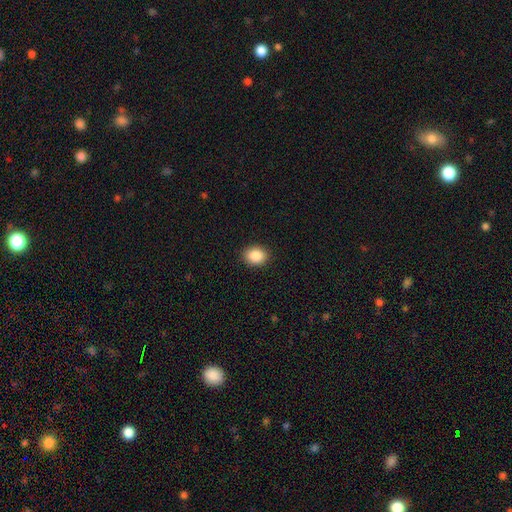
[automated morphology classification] A smooth galaxy with no disk features (87%) that is in between round and cigar-shaped (50%). Merging: none (90%).